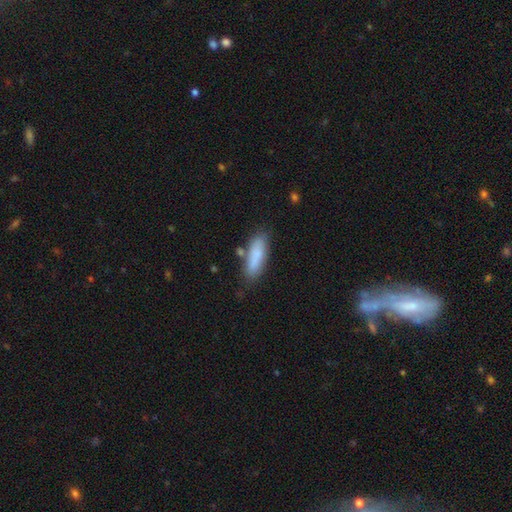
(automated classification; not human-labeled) Smooth or featured: smooth — 83% (featured or disk — 10%)
How rounded: in between — 50% (cigar-shaped — 48%)
Merging: none — 73% (minor disturbance — 16%)